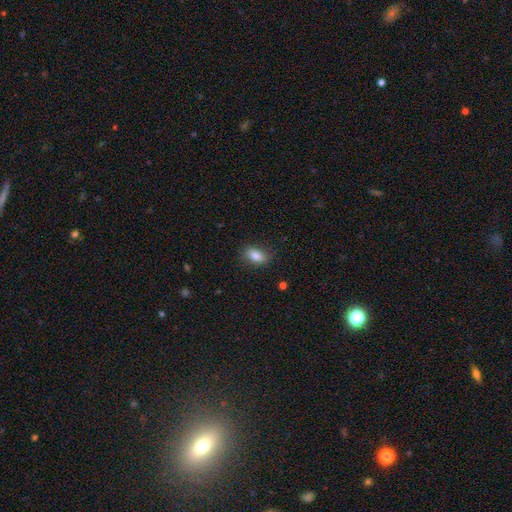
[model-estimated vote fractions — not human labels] A smooth galaxy with no disk features (83%) that is in between round and cigar-shaped (85%).

Vote fractions:
- Smooth or featured? smooth: 83% / star or artifact: 9% / featured or disk: 8%
- How rounded? in between: 85% / round: 11% / cigar-shaped: 3%
- Merging? none: 82% / minor disturbance: 14% / major disturbance: 3% / merger: 1%